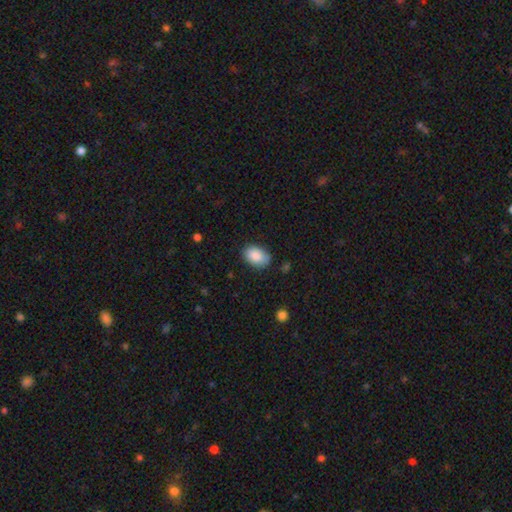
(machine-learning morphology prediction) smooth 88%, star or artifact 6%, featured or disk 6%. Down the decision tree: how rounded — in between (87%); merging — none (80%).